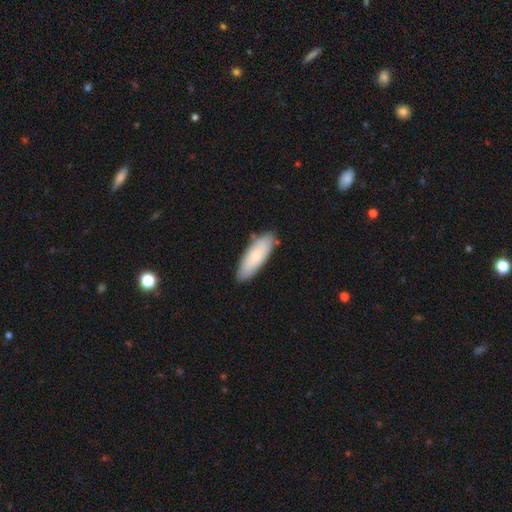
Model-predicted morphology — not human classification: This is likely a smooth galaxy (79%). How rounded: possibly in between (60%). Merging: clearly none (84%).